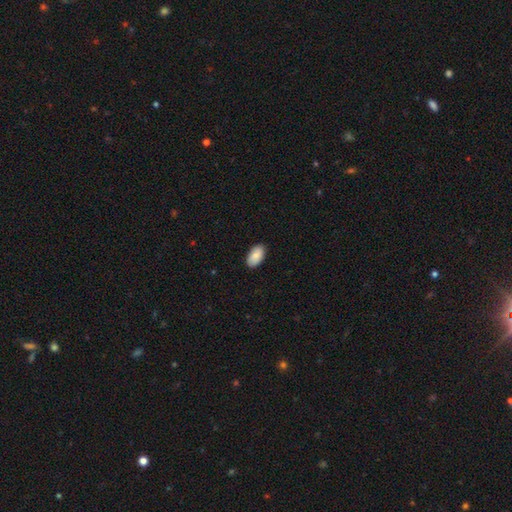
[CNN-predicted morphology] Smooth or featured? smooth (86%)
How rounded? in between (95%)
Merging? none (88%)